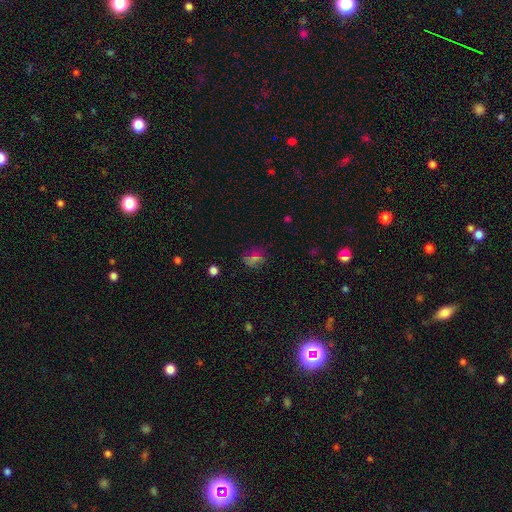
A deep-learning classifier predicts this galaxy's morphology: Smooth or featured? Predicted: smooth (p=0.55). How rounded? Predicted: in between (p=0.51). Merging? Predicted: none (p=0.69).